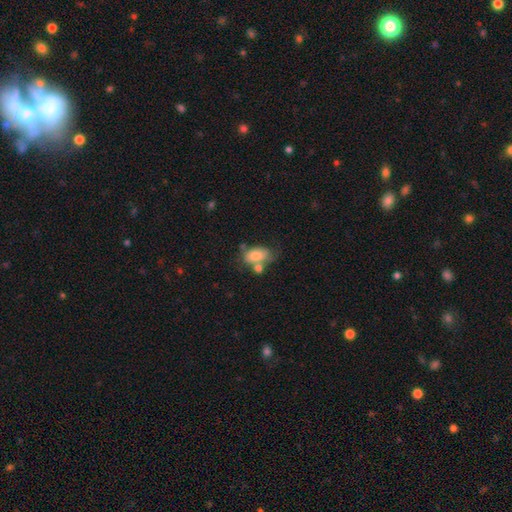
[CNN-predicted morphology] smooth 77%, featured or disk 15%, star or artifact 8%. Down the decision tree: how rounded — in between (89%); merging — none (41%).